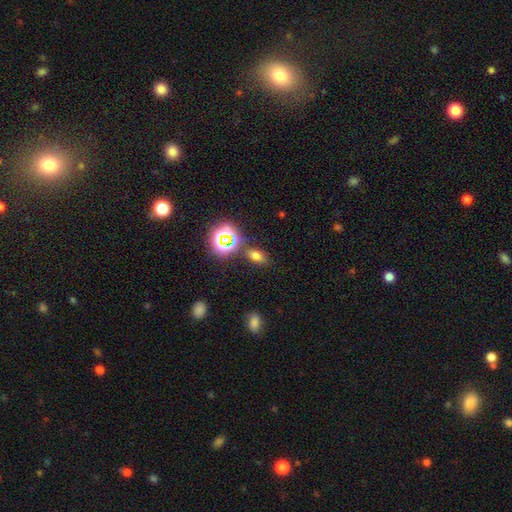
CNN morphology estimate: The model was most divided on "smooth or featured": smooth: 64%, star or artifact: 28%, featured or disk: 8%. More confident: how rounded — in between (82%); merging — none (77%).